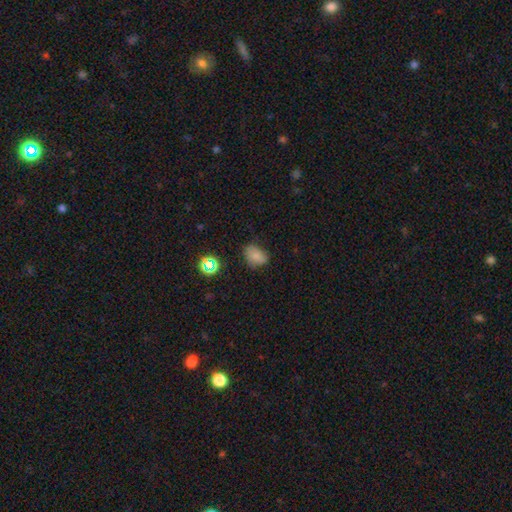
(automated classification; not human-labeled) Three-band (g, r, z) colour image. It shows a smooth galaxy with no disk features (75%) that is in between round and cigar-shaped (72%). Merging: none (64%).